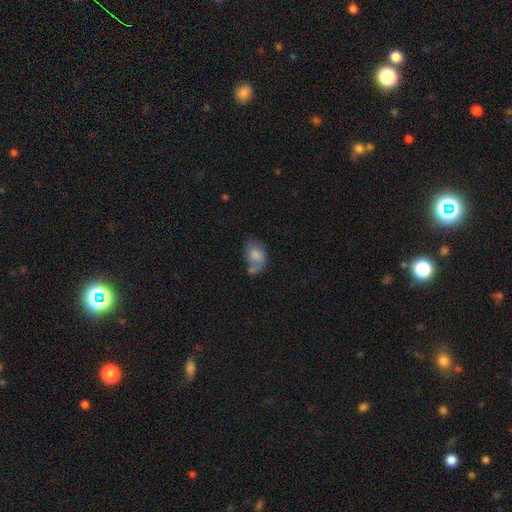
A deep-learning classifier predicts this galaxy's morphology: smooth-or-featured: smooth: 73% | featured or disk: 19% | star or artifact: 8%
  how-rounded: in between: 77% | round: 22% | cigar-shaped: 1%
  merging: none: 38% | minor disturbance: 25% | merger: 24% | major disturbance: 13%